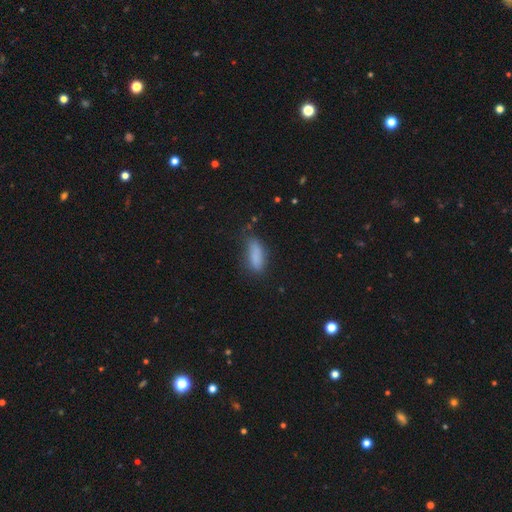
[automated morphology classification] The model was most divided on "how rounded": in between: 65%, cigar-shaped: 32%, round: 2%. More confident: smooth or featured — smooth (83%); merging — none (62%).